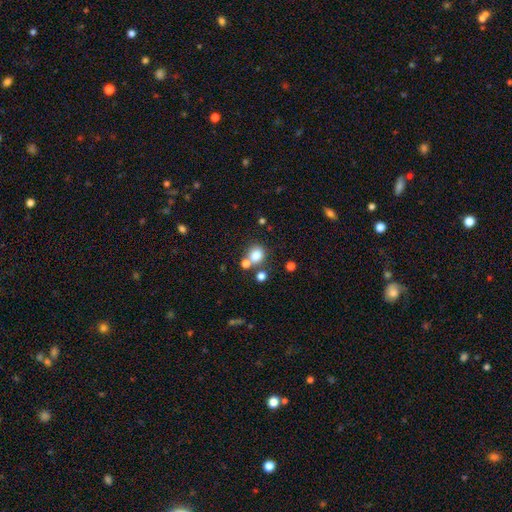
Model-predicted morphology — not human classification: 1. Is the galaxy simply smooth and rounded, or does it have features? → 79% smooth, 13% star or artifact, 8% featured or disk.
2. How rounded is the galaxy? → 69% round, 30% in between, 1% cigar-shaped.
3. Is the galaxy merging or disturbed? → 58% none, 27% merger, 11% minor disturbance, 5% major disturbance.